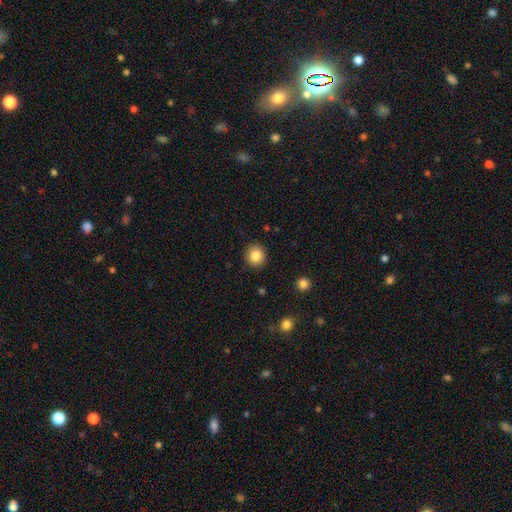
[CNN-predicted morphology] smooth_or_featured: smooth (p=0.85) [alt: star or artifact p=0.10]
how_rounded: round (p=0.90) [alt: in between p=0.10]
merging: none (p=0.90) [alt: minor disturbance p=0.06]